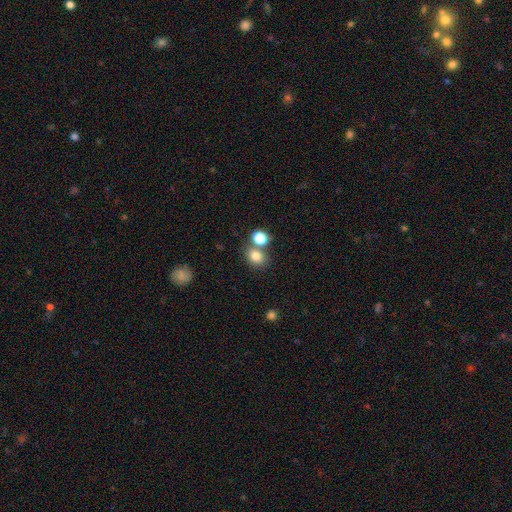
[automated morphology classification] Smooth or featured? smooth (81%)
How rounded? round (57%)
Merging? none (61%)